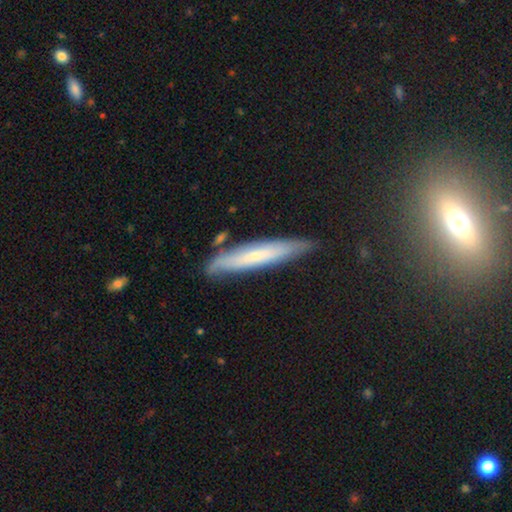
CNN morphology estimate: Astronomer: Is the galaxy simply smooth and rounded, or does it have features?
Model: smooth — 50% (runner-up: featured or disk, 43%).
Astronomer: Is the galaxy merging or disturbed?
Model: none — 76%.